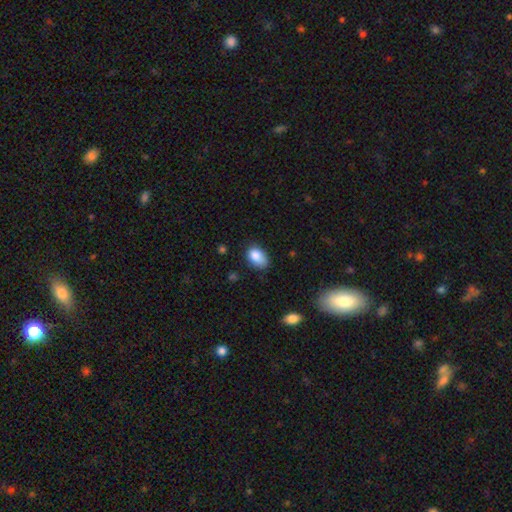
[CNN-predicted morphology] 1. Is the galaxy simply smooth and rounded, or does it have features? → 84% smooth, 9% star or artifact, 7% featured or disk.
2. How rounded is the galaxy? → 85% in between, 13% round, 1% cigar-shaped.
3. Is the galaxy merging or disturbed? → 60% none, 31% minor disturbance, 7% major disturbance, 2% merger.